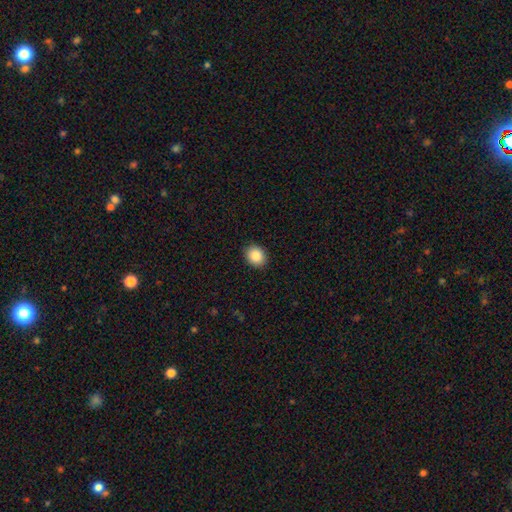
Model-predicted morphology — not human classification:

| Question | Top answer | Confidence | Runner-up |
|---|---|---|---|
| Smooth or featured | smooth | 88% | star or artifact (8%) |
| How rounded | round | 58% | in between (41%) |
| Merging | none | 90% | minor disturbance (7%) |